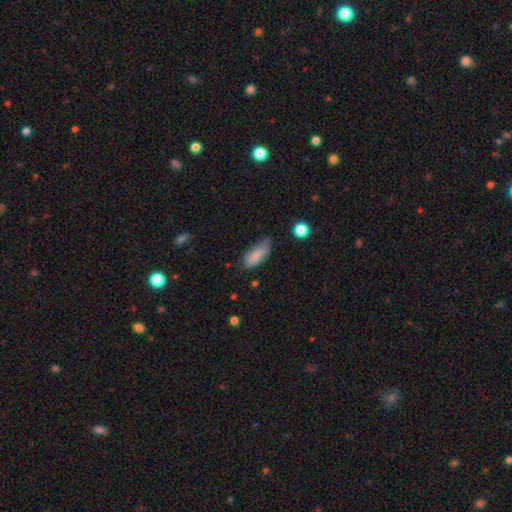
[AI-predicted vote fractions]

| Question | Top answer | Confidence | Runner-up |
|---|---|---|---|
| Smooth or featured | smooth | 80% | featured or disk (13%) |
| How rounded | in between | 84% | cigar-shaped (14%) |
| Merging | none | 54% | minor disturbance (36%) |